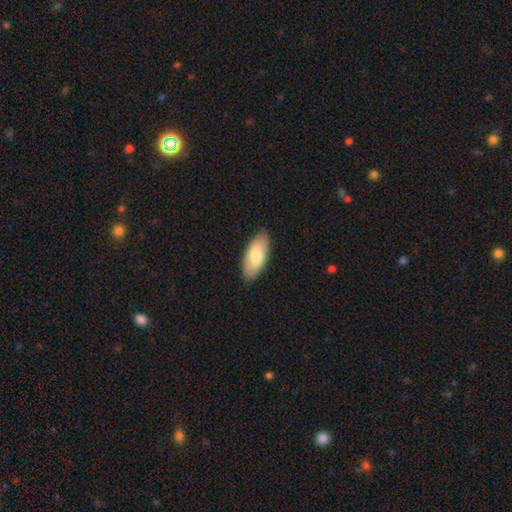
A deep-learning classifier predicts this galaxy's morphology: This appears to be a smooth galaxy with no disk features (75%) that is in between round and cigar-shaped (88%). Merging: none (87%).